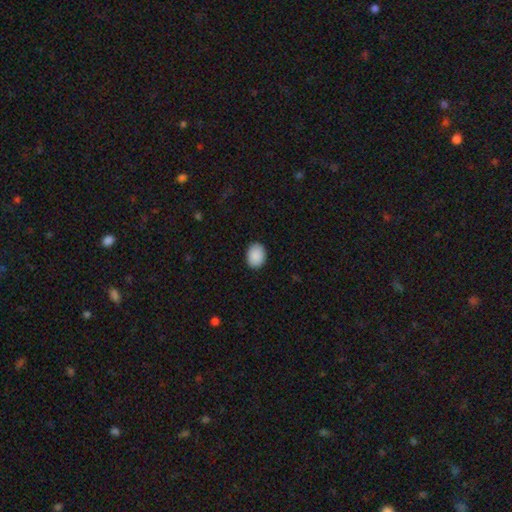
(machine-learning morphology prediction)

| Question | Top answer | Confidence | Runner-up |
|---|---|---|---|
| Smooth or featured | smooth | 90% | star or artifact (7%) |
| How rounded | in between | 64% | round (35%) |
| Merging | none | 89% | minor disturbance (8%) |